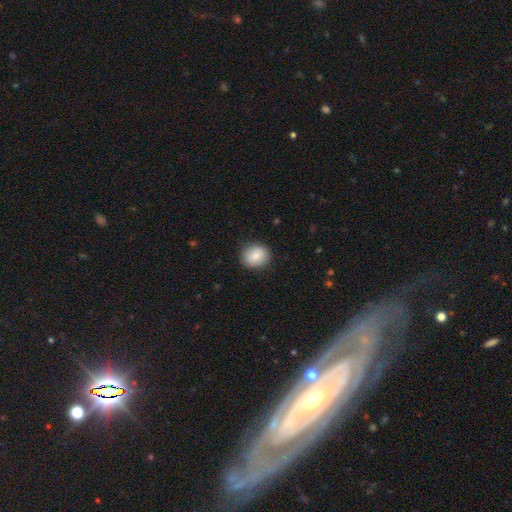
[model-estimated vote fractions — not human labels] This is clearly a smooth galaxy (86%). How rounded: likely round (72%). Merging: clearly none (88%).